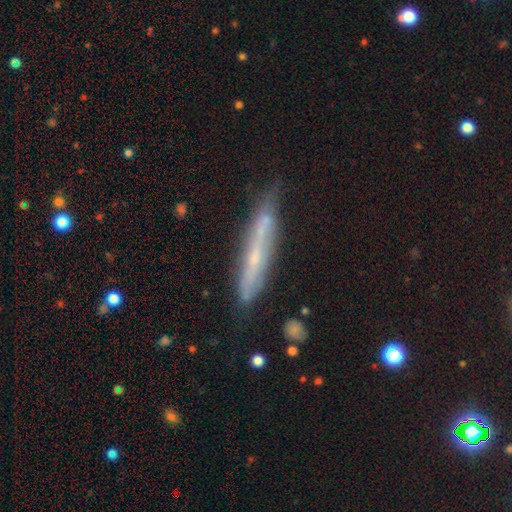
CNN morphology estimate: smooth_or_featured: featured or disk (p=0.54) [alt: smooth p=0.36]
disk_edge_on: yes (p=0.80) [alt: no p=0.20]
merging: none (p=0.77) [alt: minor disturbance p=0.17]